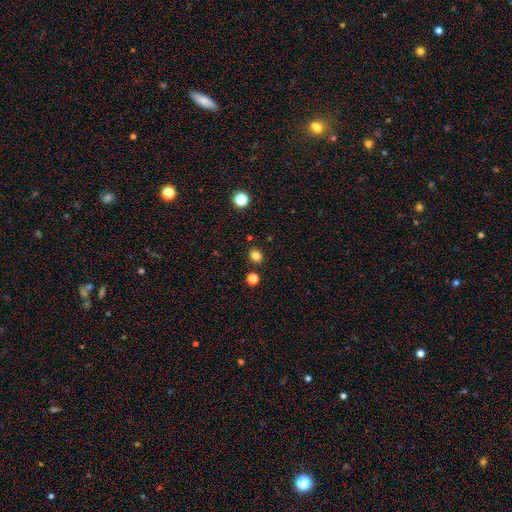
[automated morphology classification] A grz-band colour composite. It shows a smooth galaxy with no disk features (81%) that is round (61%). Merging: none (86%).